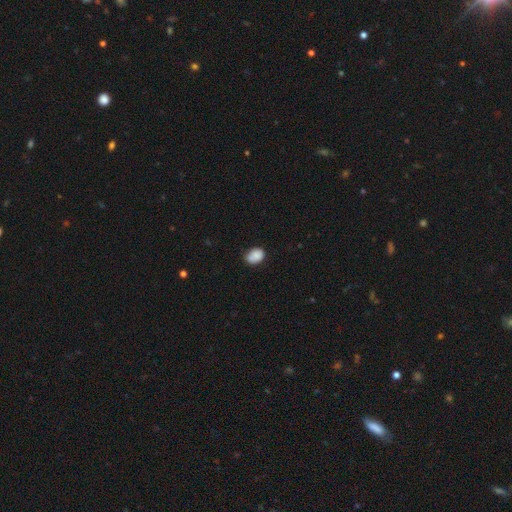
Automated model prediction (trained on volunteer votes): Morphology: type=smooth (85%); roundness=in between (69%); merging=none (65%).